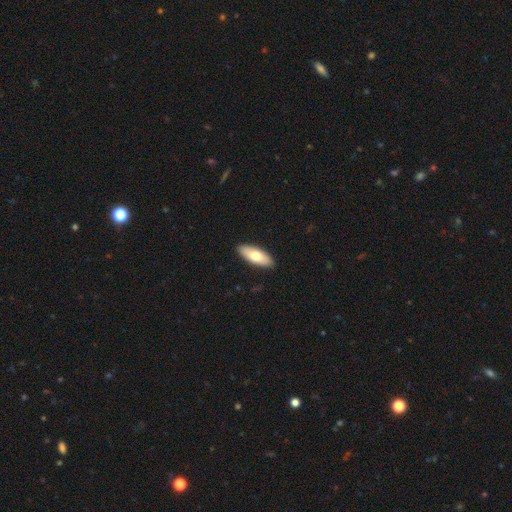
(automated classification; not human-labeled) The model was most divided on "smooth or featured": smooth: 72%, featured or disk: 23%, star or artifact: 5%. More confident: merging — none (91%); how rounded — in between (74%).